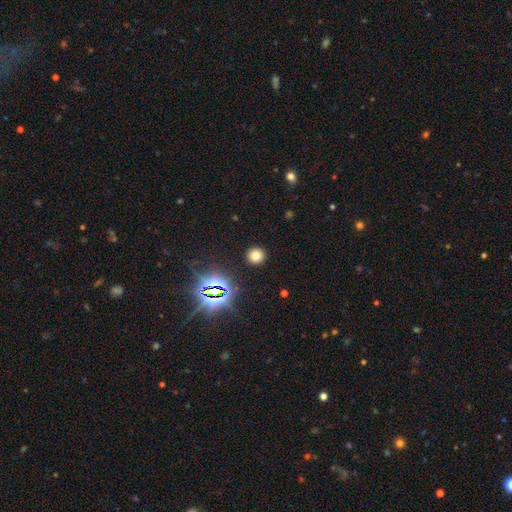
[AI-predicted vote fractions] This is likely a smooth galaxy (72%). How rounded: clearly round (93%). Merging: clearly none (92%).